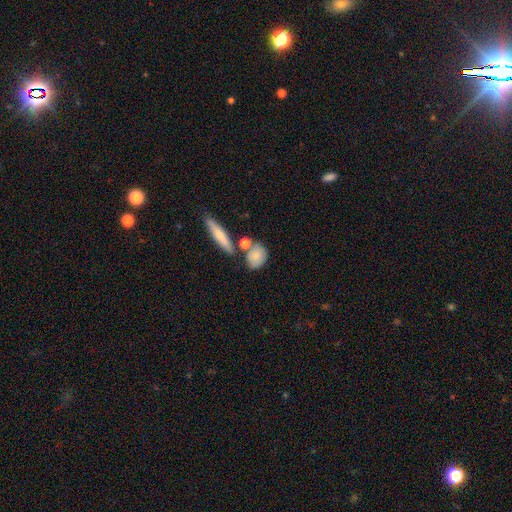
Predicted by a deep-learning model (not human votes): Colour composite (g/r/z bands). It shows a smooth galaxy with no disk features (74%) that is round (50%). Merging: none (57%).